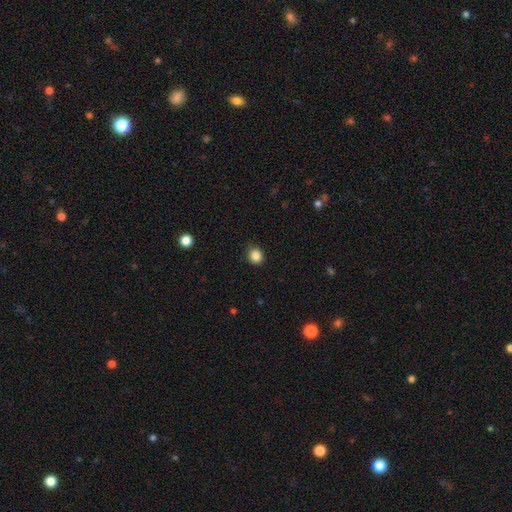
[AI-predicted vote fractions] Smooth or featured? smooth (85%)
How rounded? round (82%)
Merging? none (90%)